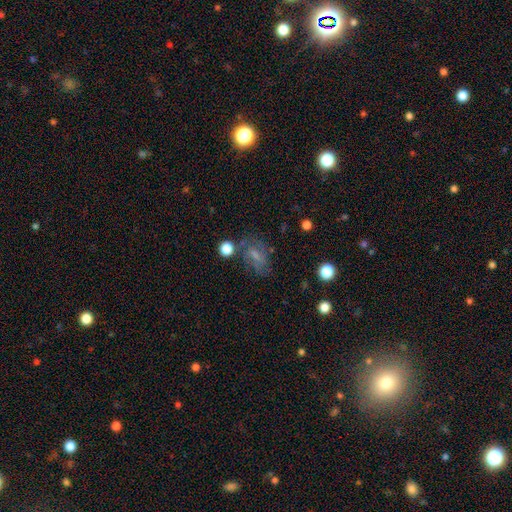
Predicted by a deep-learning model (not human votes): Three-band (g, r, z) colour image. It shows a smooth galaxy with no disk features (48%). Merging: none (56%).